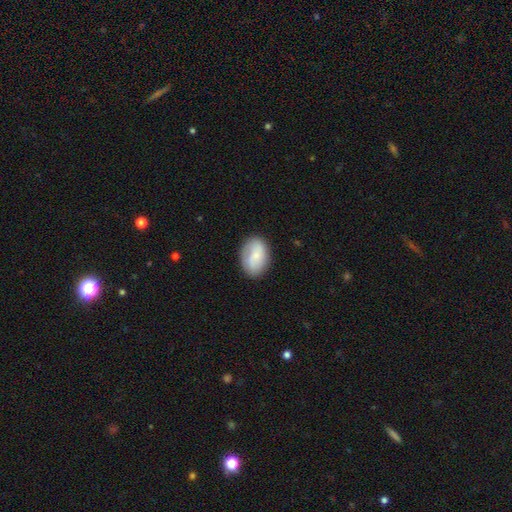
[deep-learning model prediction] This appears to be a smooth galaxy with no disk features (63%) that is in between round and cigar-shaped (79%). Merging: none (80%).